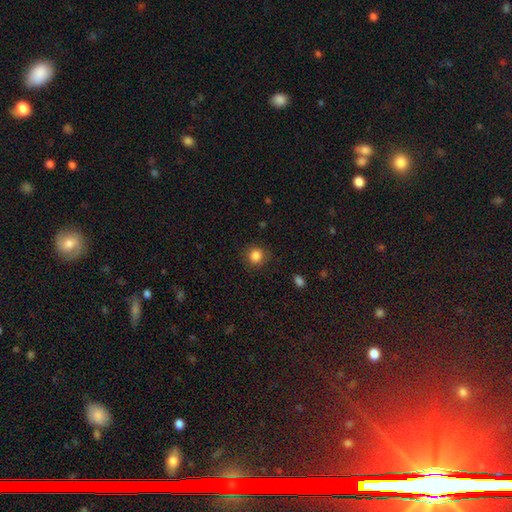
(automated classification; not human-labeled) A smooth galaxy with no disk features (85%) that is round (88%). Merging: none (84%).